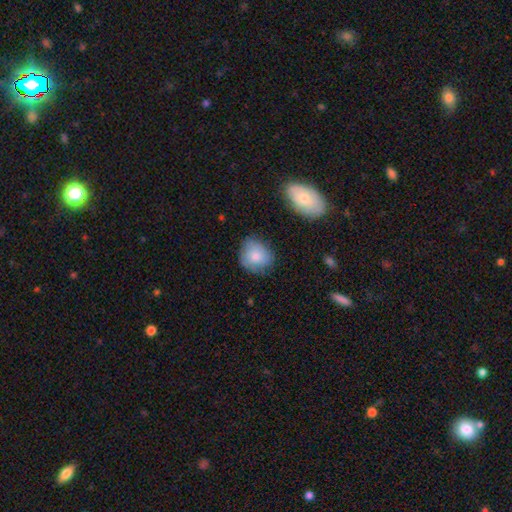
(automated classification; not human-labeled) smooth-or-featured: smooth: 80% | featured or disk: 13% | star or artifact: 8%
  how-rounded: round: 70% | in between: 29% | cigar-shaped: 1%
  merging: none: 70% | minor disturbance: 23% | major disturbance: 5% | merger: 2%